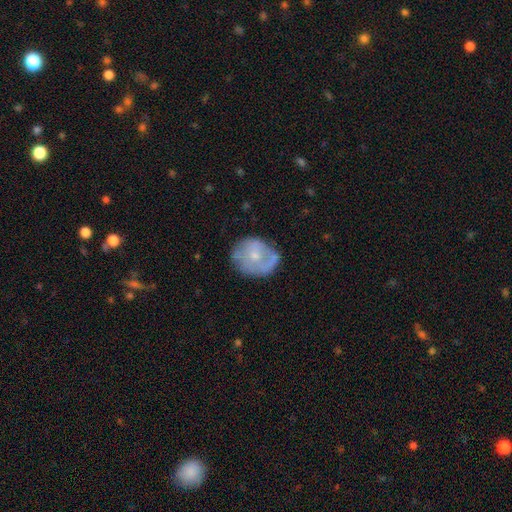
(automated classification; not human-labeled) Overall: featured or disk (55%; smooth 38%). Edge-on disk: no (97%). Bar: no (79%). Spiral arms: yes (53%; no 47%). Bulge size: small (61%; moderate 33%). Merging: none (58%; minor disturbance 27%).